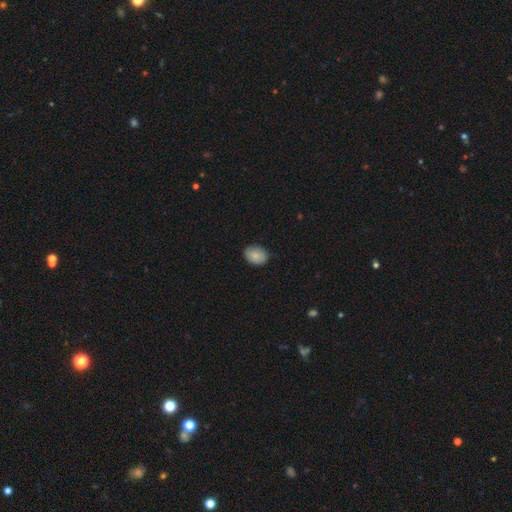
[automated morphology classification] Smooth or featured: smooth — 83% (featured or disk — 10%)
How rounded: in between — 65% (round — 34%)
Merging: none — 82% (minor disturbance — 15%)